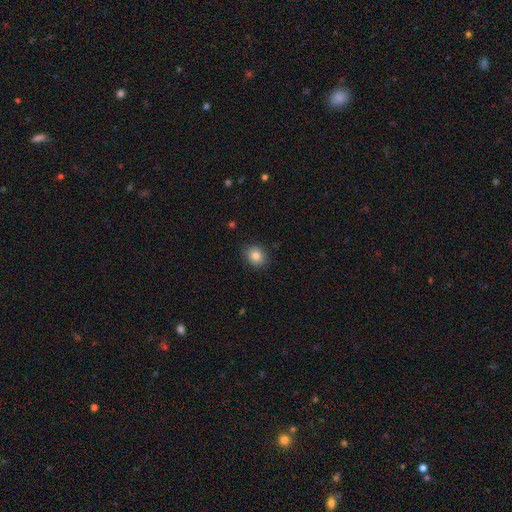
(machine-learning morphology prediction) This is clearly a smooth galaxy (83%). How rounded: likely round (68%). Merging: clearly none (89%).